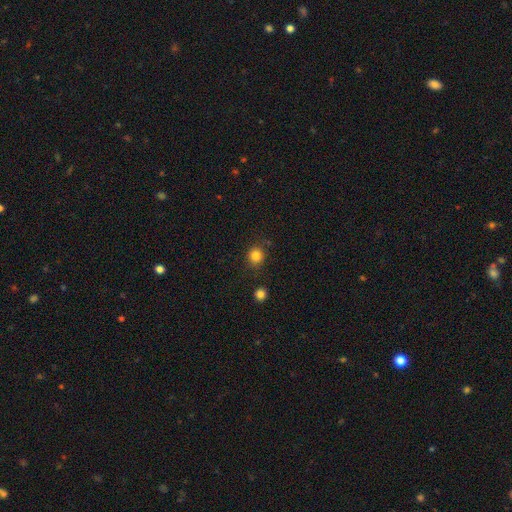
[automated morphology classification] This appears to be a smooth galaxy with no disk features (83%) that is round (88%). Merging: none (82%).